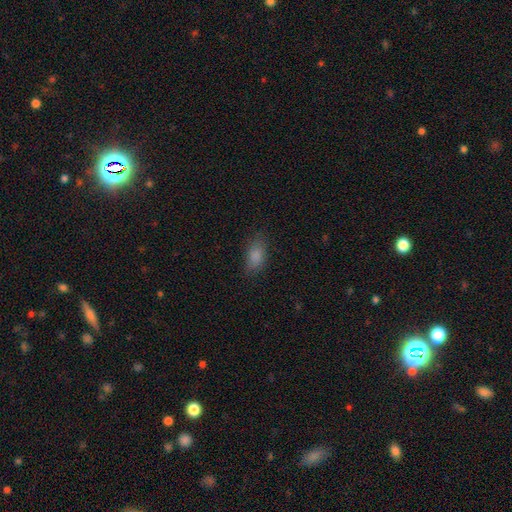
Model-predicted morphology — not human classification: Smooth or featured?
  - smooth: 85% *
  - star or artifact: 9%
  - featured or disk: 6%
How rounded?
  - in between: 88% *
  - round: 8%
  - cigar-shaped: 4%
Merging?
  - none: 77% *
  - minor disturbance: 16%
  - major disturbance: 5%
  - merger: 1%